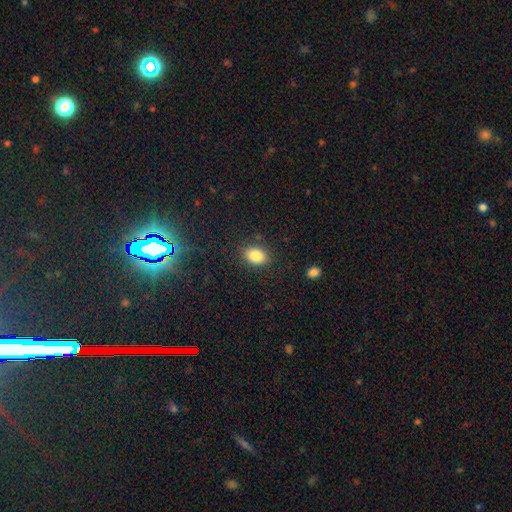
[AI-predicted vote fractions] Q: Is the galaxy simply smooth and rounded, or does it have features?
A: smooth — 85%.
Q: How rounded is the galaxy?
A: in between — 73%.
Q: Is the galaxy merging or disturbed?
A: none — 85%.